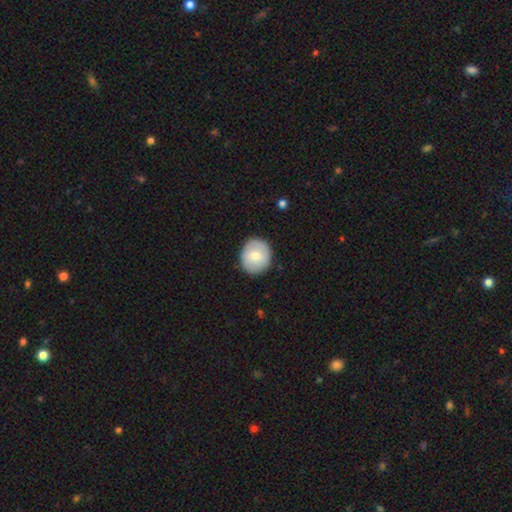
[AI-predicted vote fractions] A smooth galaxy with no disk features (69%) that is round (81%).

Vote fractions:
- Smooth or featured? smooth: 69% / featured or disk: 24% / star or artifact: 6%
- How rounded? round: 81% / in between: 18% / cigar-shaped: 1%
- Merging? none: 87% / minor disturbance: 9% / major disturbance: 2% / merger: 1%